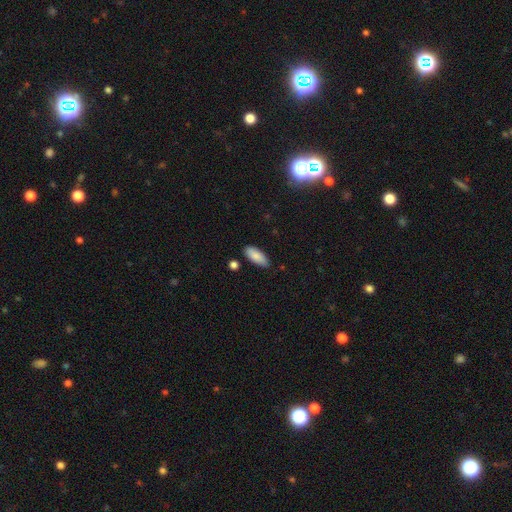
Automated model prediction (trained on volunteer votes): smooth_or_featured: smooth (p=0.87) [alt: featured or disk p=0.07]
how_rounded: in between (p=0.79) [alt: cigar-shaped p=0.19]
merging: none (p=0.81) [alt: minor disturbance p=0.14]